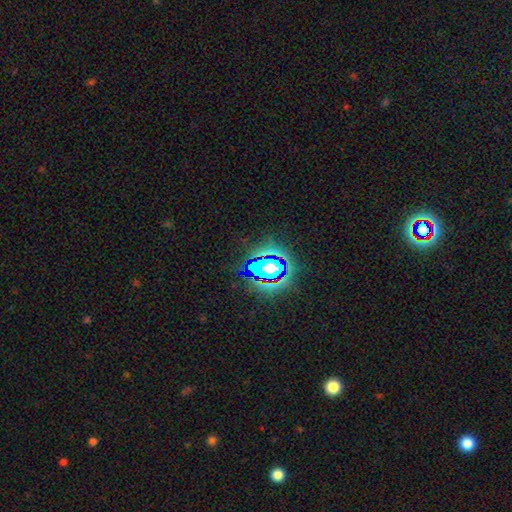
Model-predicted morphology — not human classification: smooth_or_featured: star or artifact (p=0.61) [alt: smooth p=0.24]